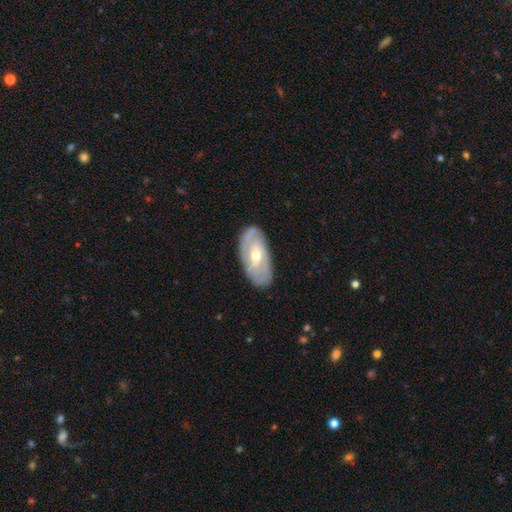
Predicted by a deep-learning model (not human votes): This is likely a featured or disk galaxy (73%). It is clearly not viewed edge-on (91%). Bar: marginally weak (41%). Spiral arm pattern: likely yes (78%). Spiral arm count: possibly 2 (52%). Spiral winding: possibly tight (56%). Central bulge: possibly moderate (58%). Merging: clearly none (81%).